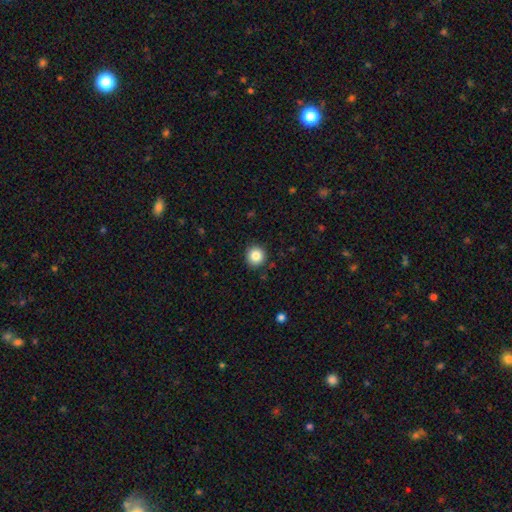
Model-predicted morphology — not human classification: A smooth galaxy with no disk features (85%) that is round (94%). Merging: none (91%).